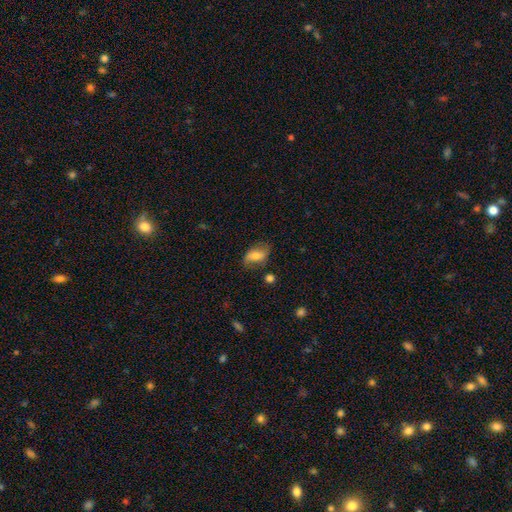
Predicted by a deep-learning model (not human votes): Morphology: type=smooth (60%); roundness=in between (86%); merging=none (62%).